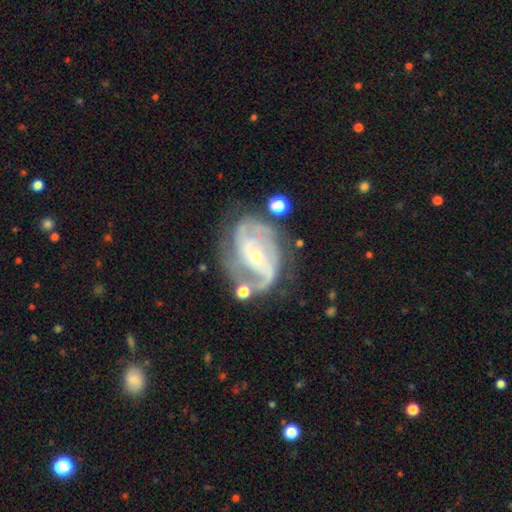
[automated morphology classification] This appears to be a featured or disk galaxy (89%) with no bar (47%), 2 (55%) medium (47%) spiral arms (95%) and a small central bulge (71%). Merging: none (52%).